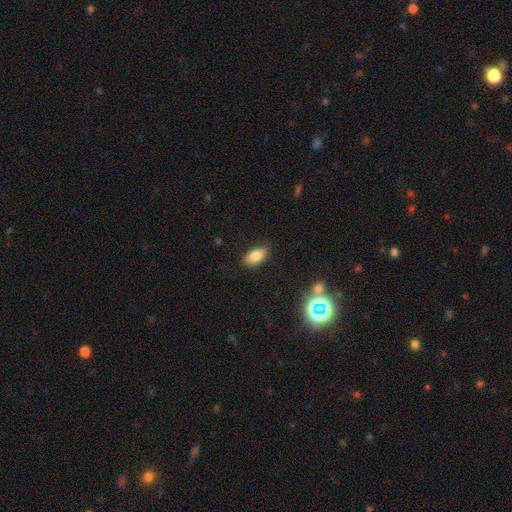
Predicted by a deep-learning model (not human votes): Morphology: type=smooth (82%); roundness=in between (91%); merging=none (86%).